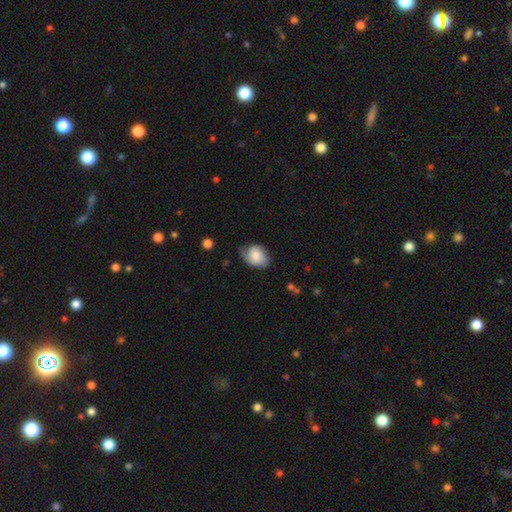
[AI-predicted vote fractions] Smooth or featured?
  - smooth: 72% *
  - featured or disk: 21%
  - star or artifact: 7%
How rounded?
  - in between: 75% *
  - round: 24%
  - cigar-shaped: 1%
Merging?
  - none: 51% *
  - minor disturbance: 37%
  - major disturbance: 11%
  - merger: 2%